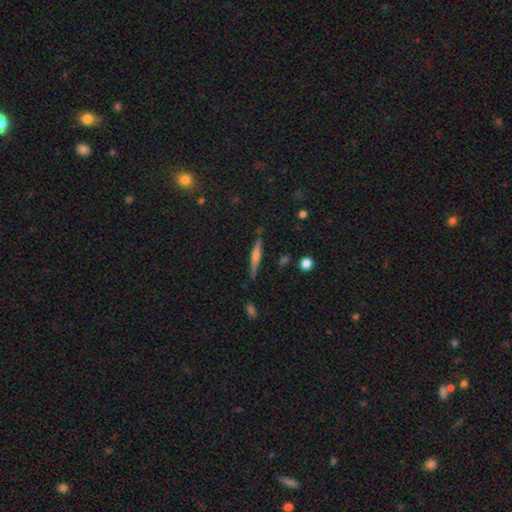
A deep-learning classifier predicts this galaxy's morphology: A featured or disk galaxy (61%) viewed edge-on (97%) with a rounded central bulge (72%). Merging: none (88%).